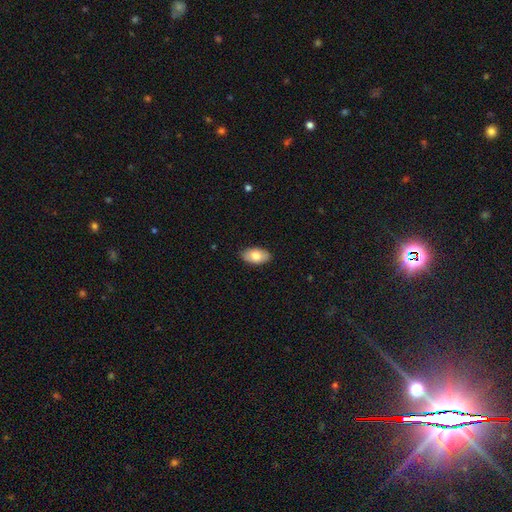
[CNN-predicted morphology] smooth 78%, featured or disk 16%, star or artifact 6%. Down the decision tree: how rounded — in between (94%); merging — none (89%).